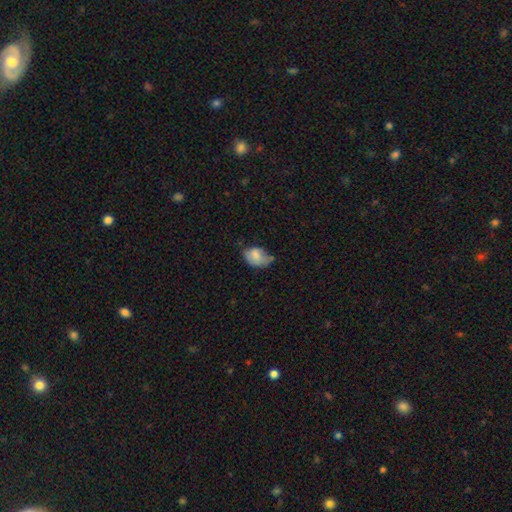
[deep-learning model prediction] smooth 75%, featured or disk 17%, star or artifact 8%. Down the decision tree: how rounded — in between (83%); merging — minor disturbance (42%).